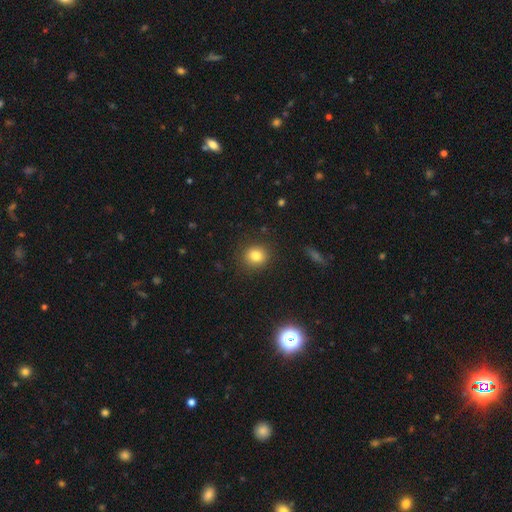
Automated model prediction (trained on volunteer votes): A smooth galaxy with no disk features (82%) that is round (78%). Merging: none (88%).